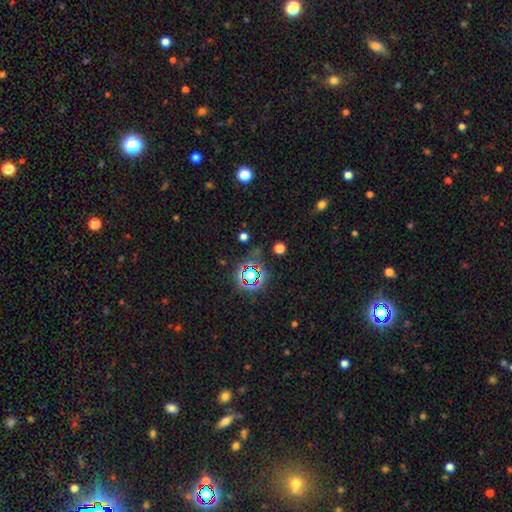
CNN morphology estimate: Q: Smooth or featured?
A: star or artifact (77%); runner-up: smooth (14%)